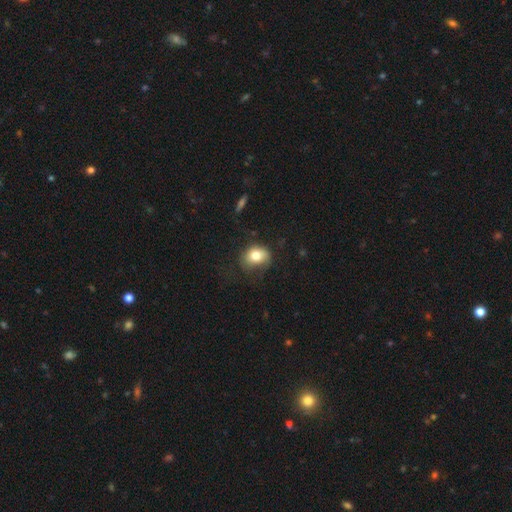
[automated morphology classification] Smooth or featured? smooth (78%)
How rounded? in between (52%)
Merging? none (55%)